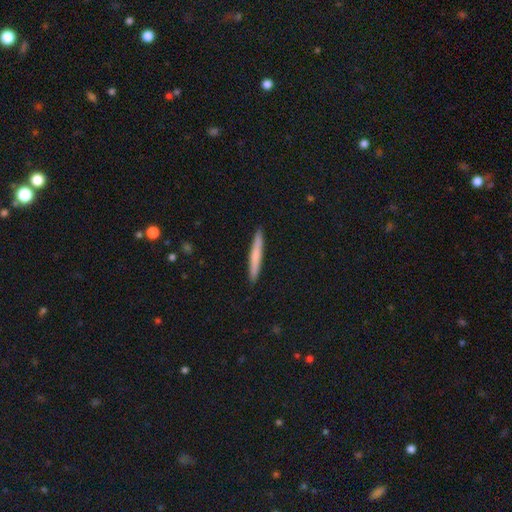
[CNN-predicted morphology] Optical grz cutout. It shows a smooth galaxy with no disk features (68%) that is cigar-shaped (96%). Merging: none (93%).